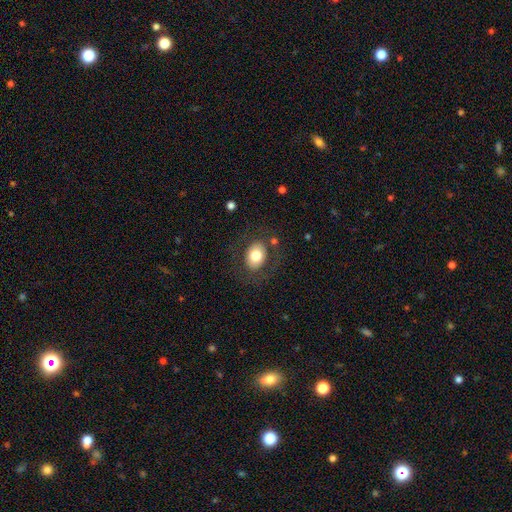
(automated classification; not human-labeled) A smooth galaxy with no disk features (73%) that is in between round and cigar-shaped (59%).

Vote fractions:
- Smooth or featured? smooth: 73% / featured or disk: 19% / star or artifact: 8%
- How rounded? in between: 59% / round: 40% / cigar-shaped: 1%
- Merging? none: 78% / minor disturbance: 12% / major disturbance: 8% / merger: 2%